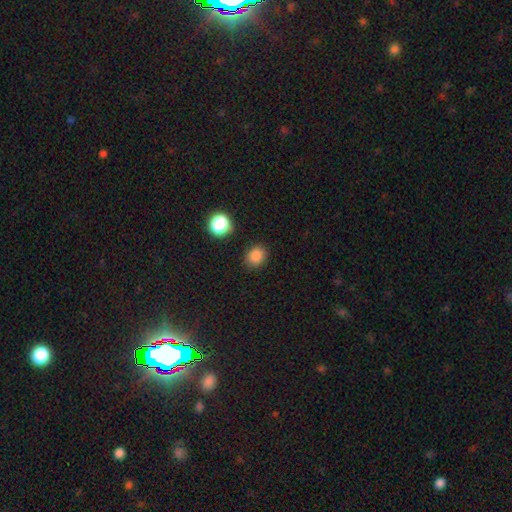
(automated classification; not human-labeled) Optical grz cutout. It shows a smooth galaxy with no disk features (84%) that is round (62%). Merging: none (85%).